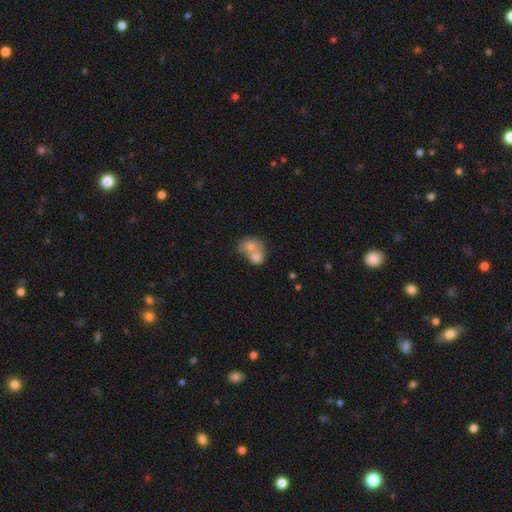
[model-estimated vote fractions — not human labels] Smooth or featured? Predicted: smooth (p=0.69). How rounded? Predicted: round (p=0.51). Merging? Predicted: merger (p=0.74).